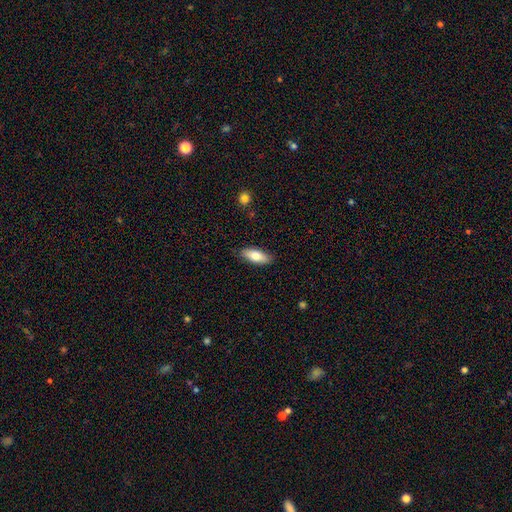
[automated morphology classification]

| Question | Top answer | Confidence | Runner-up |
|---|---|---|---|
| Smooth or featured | smooth | 76% | featured or disk (18%) |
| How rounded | in between | 76% | cigar-shaped (22%) |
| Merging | none | 86% | minor disturbance (11%) |